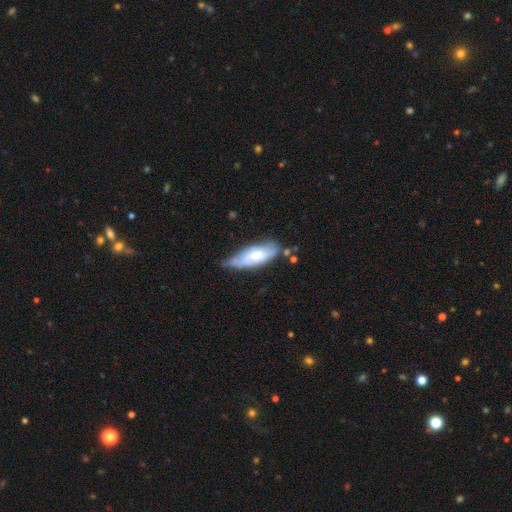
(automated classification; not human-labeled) smooth_or_featured: smooth (p=0.52) [alt: featured or disk p=0.43]
how_rounded: in between (p=0.67) [alt: cigar-shaped p=0.31]
merging: none (p=0.49) [alt: minor disturbance p=0.37]